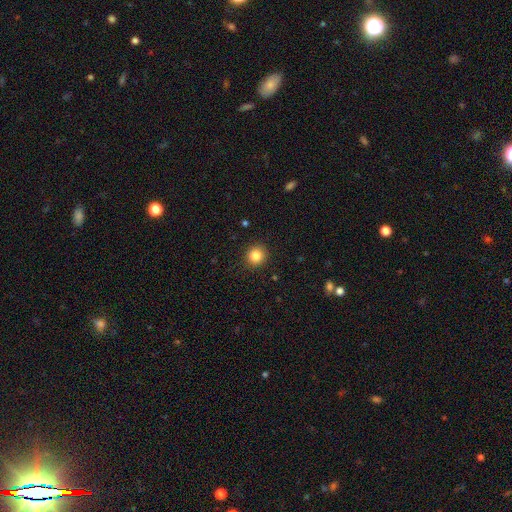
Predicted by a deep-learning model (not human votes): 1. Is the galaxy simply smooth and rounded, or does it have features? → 84% smooth, 11% star or artifact, 5% featured or disk.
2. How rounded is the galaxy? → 92% round, 7% in between, 1% cigar-shaped.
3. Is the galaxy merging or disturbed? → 91% none, 6% minor disturbance, 2% major disturbance, 1% merger.